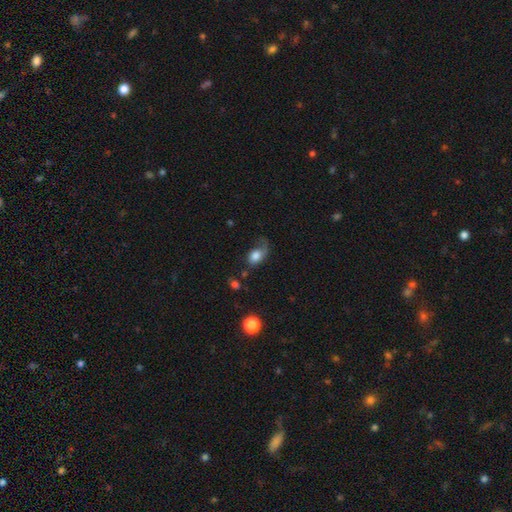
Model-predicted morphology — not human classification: smooth_or_featured: smooth (p=0.72) [alt: featured or disk p=0.19]
how_rounded: in between (p=0.73) [alt: round p=0.25]
merging: major disturbance (p=0.35) [alt: none p=0.33]